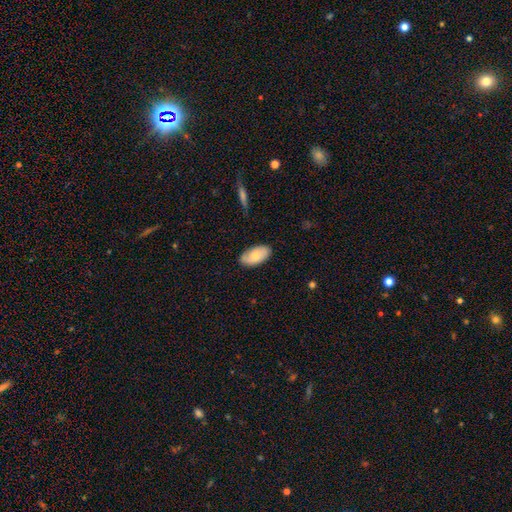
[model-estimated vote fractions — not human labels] This appears to be a smooth galaxy with no disk features (70%) that is in between round and cigar-shaped (95%). Merging: none (82%).